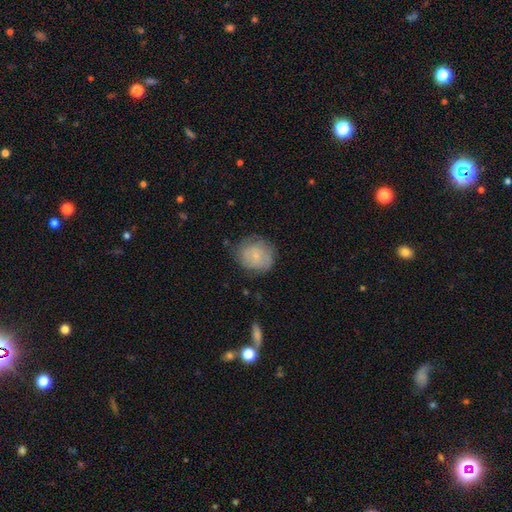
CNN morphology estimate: This appears to be a smooth galaxy with no disk features (67%) that is round (80%). Merging: none (68%).